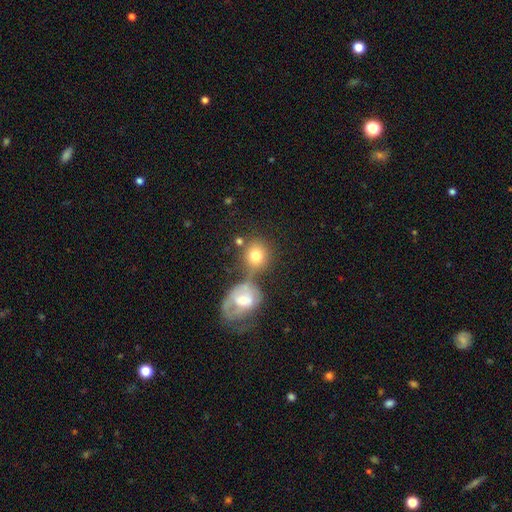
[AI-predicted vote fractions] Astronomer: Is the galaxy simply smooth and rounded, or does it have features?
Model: smooth — 73%.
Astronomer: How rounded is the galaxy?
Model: round — 80%.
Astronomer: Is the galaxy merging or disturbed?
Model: none — 41%, tied with merger at 41%.